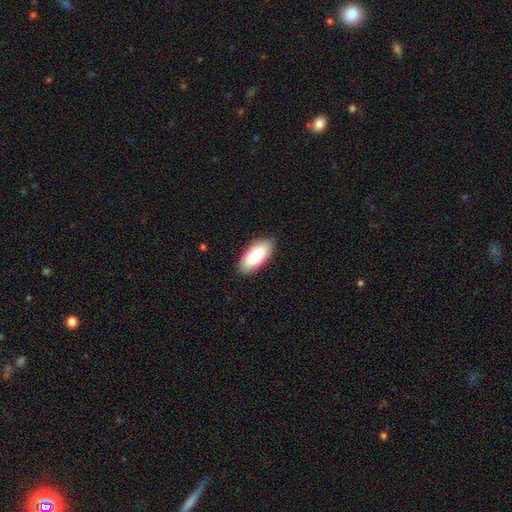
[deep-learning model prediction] A smooth galaxy with no disk features (84%) that is in between round and cigar-shaped (90%). Merging: none (88%).